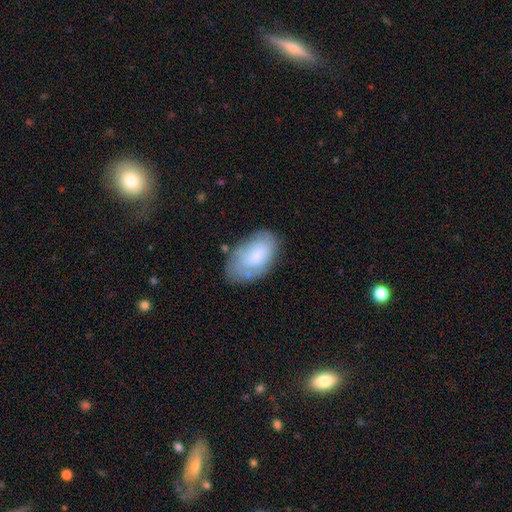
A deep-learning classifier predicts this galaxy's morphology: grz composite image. It shows a smooth galaxy with no disk features (67%) that is in between round and cigar-shaped (94%). Merging: none (63%).